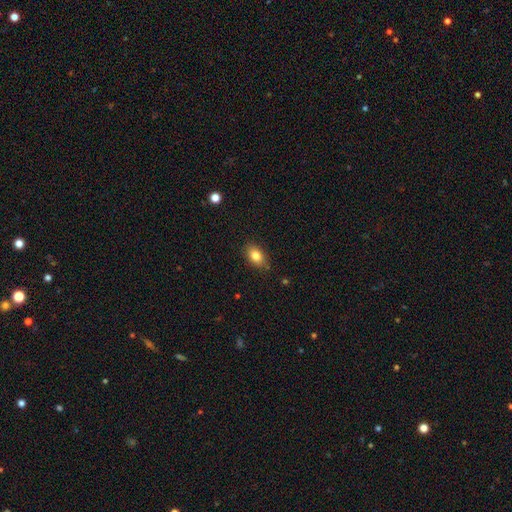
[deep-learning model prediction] A smooth galaxy with no disk features (83%) that is in between round and cigar-shaped (85%). Merging: none (84%).